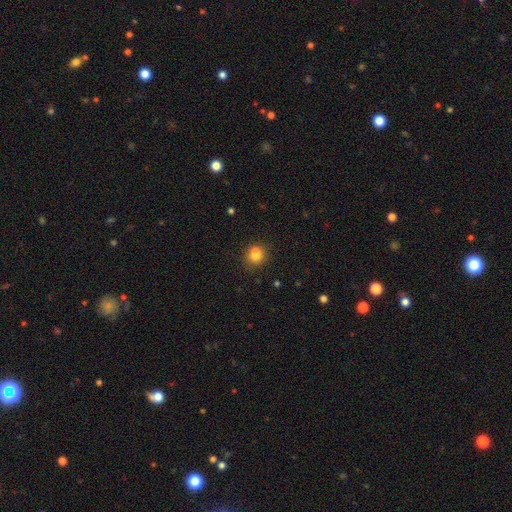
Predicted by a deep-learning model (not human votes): smooth 76%, star or artifact 12%, featured or disk 12%. Down the decision tree: how rounded — round (68%); merging — none (52%).